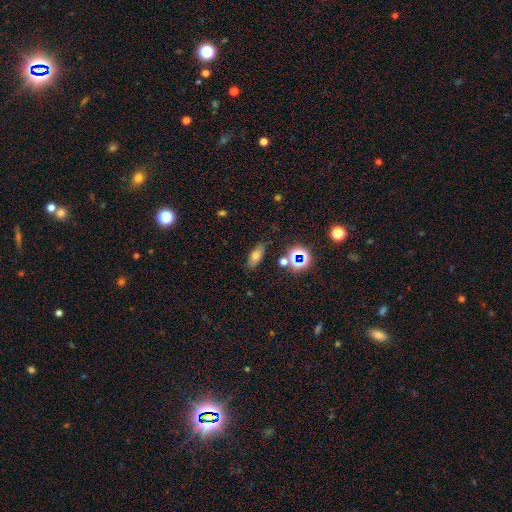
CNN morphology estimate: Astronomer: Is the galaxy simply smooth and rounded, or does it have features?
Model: smooth — 66%.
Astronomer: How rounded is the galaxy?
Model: in between — 78%.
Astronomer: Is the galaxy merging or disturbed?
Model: none — 82%.